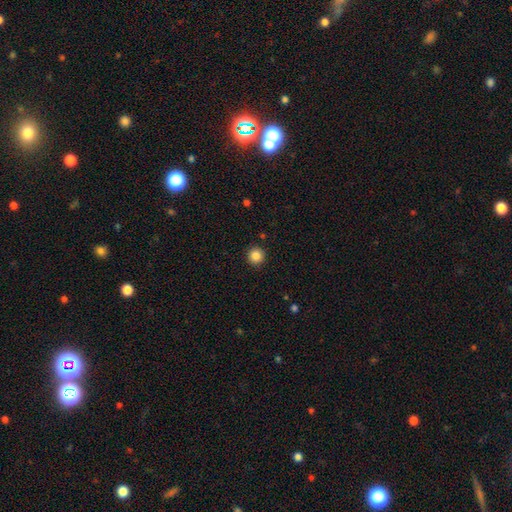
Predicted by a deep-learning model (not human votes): Smooth or featured? smooth (85%)
How rounded? round (95%)
Merging? none (92%)